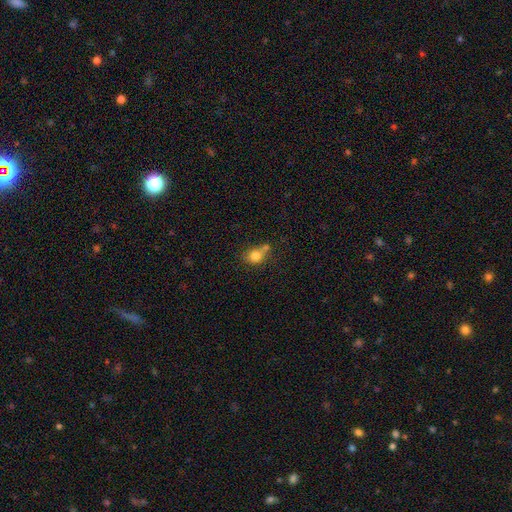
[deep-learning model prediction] smooth_or_featured: smooth (p=0.78) [alt: featured or disk p=0.11]
how_rounded: round (p=0.58) [alt: in between p=0.40]
merging: none (p=0.37) [alt: merger p=0.33]